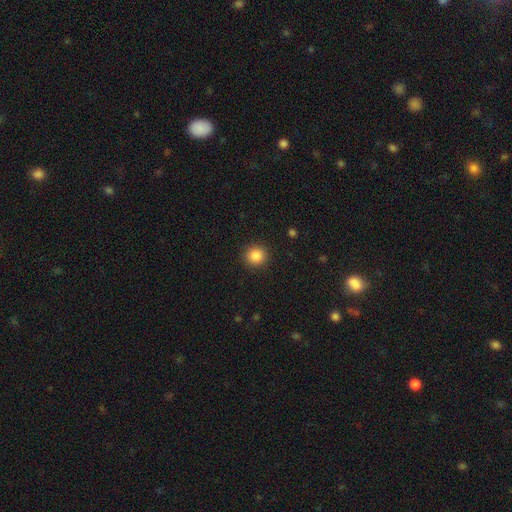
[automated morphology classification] This is clearly a smooth galaxy (86%). How rounded: clearly round (92%). Merging: clearly none (91%).